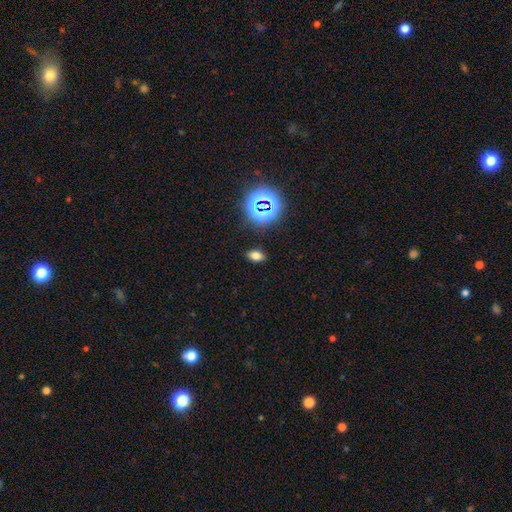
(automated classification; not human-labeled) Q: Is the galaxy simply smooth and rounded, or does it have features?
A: smooth — 70%.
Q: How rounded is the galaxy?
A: in between — 85%.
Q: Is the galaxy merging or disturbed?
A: none — 87%.